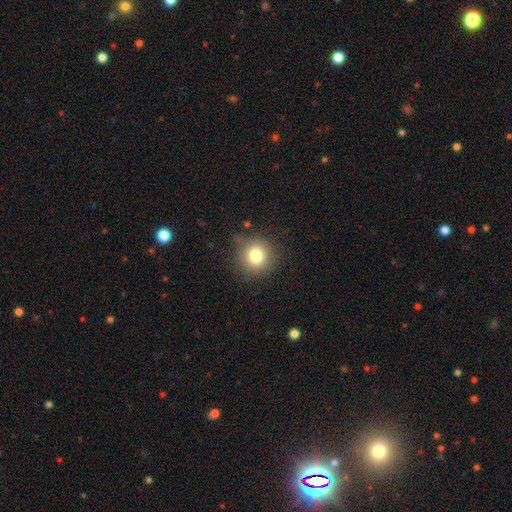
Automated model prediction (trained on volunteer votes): A smooth galaxy with no disk features (79%) that is round (92%).

Vote fractions:
- Smooth or featured? smooth: 79% / star or artifact: 12% / featured or disk: 9%
- How rounded? round: 92% / in between: 7% / cigar-shaped: 1%
- Merging? none: 83% / minor disturbance: 12% / major disturbance: 4% / merger: 2%